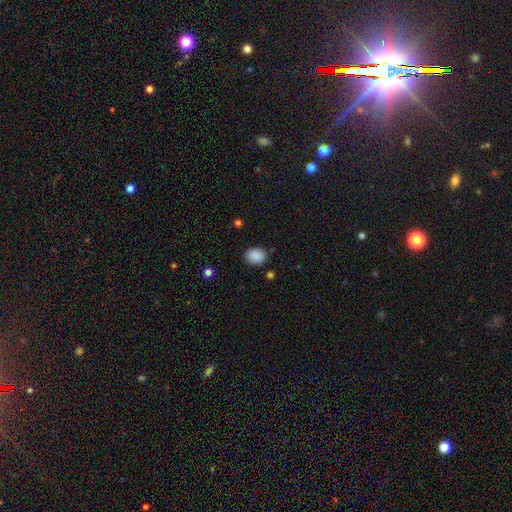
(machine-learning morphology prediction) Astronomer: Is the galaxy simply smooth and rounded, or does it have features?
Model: smooth — 89%.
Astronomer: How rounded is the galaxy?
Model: round — 51% (runner-up: in between, 49%).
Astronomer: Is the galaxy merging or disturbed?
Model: none — 84%.